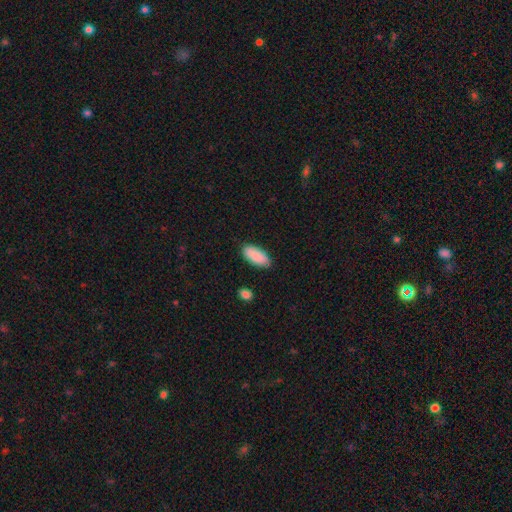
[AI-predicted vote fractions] Q: Smooth or featured?
A: smooth (89%); runner-up: star or artifact (6%)
Q: How rounded?
A: in between (90%); runner-up: cigar-shaped (8%)
Q: Merging?
A: none (85%); runner-up: minor disturbance (12%)